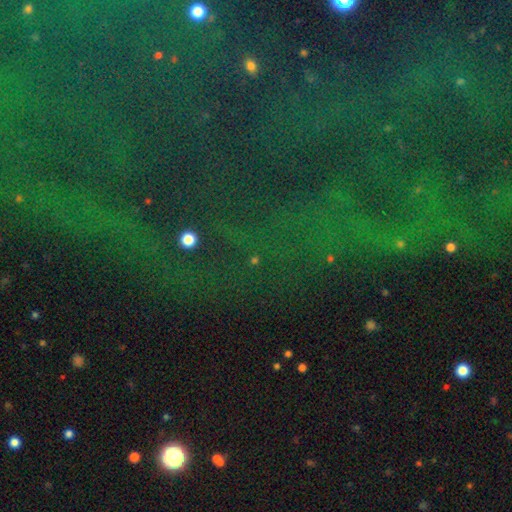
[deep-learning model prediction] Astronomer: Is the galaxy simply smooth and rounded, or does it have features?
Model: star or artifact — 80%.